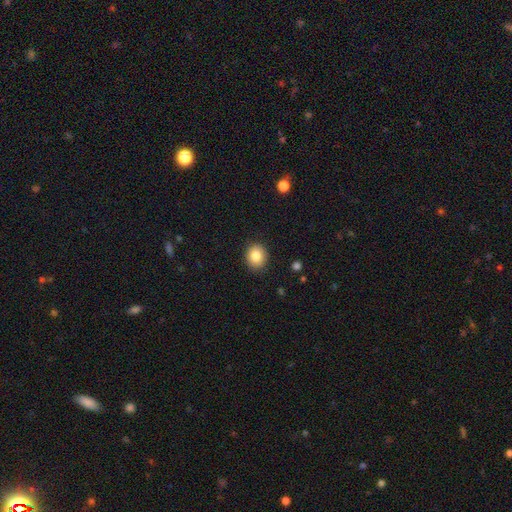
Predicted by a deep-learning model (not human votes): Overall: smooth (84%). How rounded: round (68%; in between 31%). Merging: none (90%).